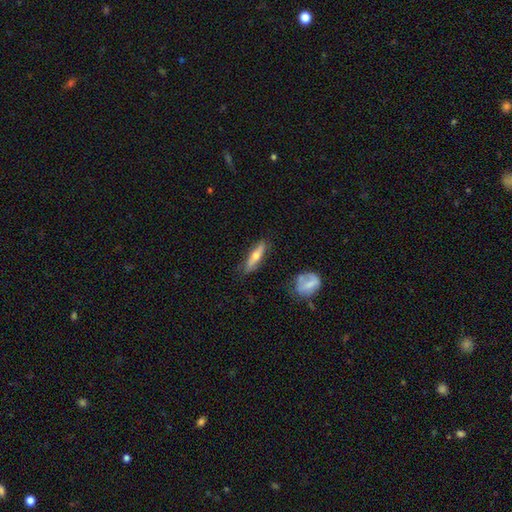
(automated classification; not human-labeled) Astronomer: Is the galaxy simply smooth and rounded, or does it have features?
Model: smooth — 53% (runner-up: featured or disk, 40%).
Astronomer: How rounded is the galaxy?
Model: cigar-shaped — 71%.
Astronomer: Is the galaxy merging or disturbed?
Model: none — 77%.